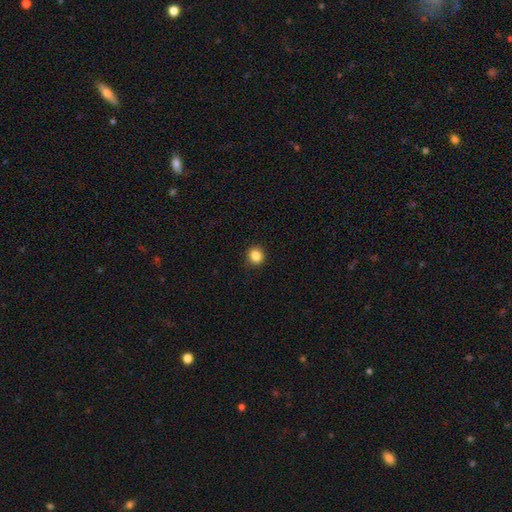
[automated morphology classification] Smooth or featured: smooth — 85% (star or artifact — 11%)
How rounded: round — 82% (in between — 17%)
Merging: none — 90% (minor disturbance — 7%)